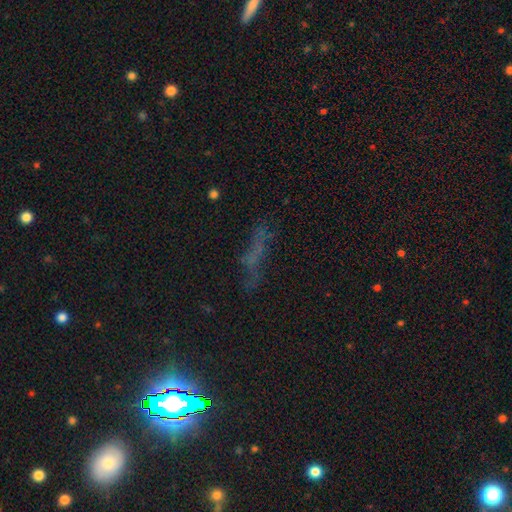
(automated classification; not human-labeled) smooth-or-featured: star or artifact: 35% (tied) | smooth: 35% (tied) | featured or disk: 30%